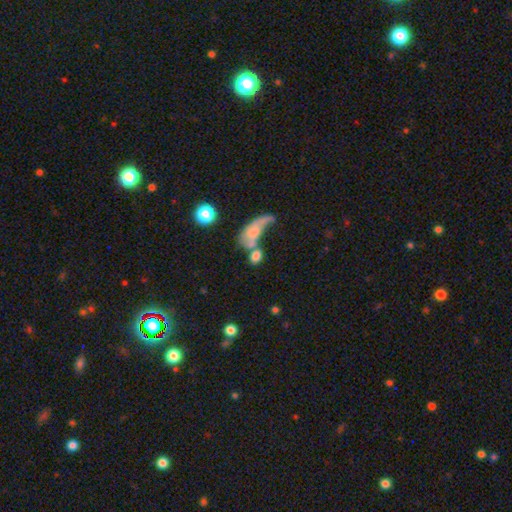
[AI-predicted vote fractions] Smooth or featured: smooth — 68% (featured or disk — 21%)
How rounded: in between — 64% (round — 30%)
Merging: merger — 49% (none — 24%)